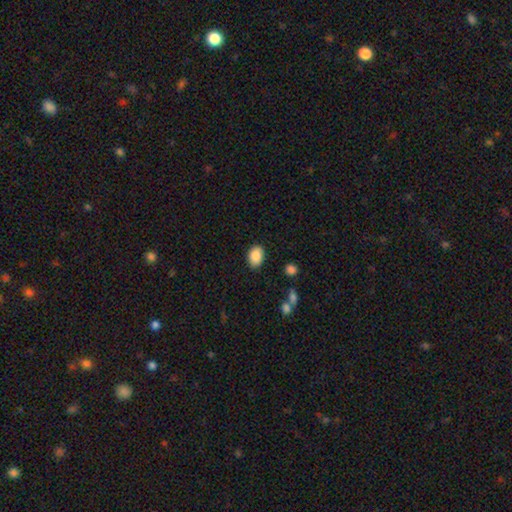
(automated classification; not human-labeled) This appears to be a smooth galaxy with no disk features (89%) that is in between round and cigar-shaped (81%). Merging: none (85%).